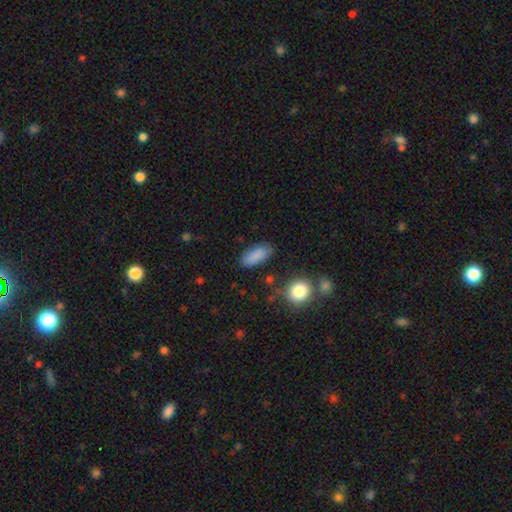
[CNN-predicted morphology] smooth_or_featured: smooth (p=0.86) [alt: star or artifact p=0.08]
how_rounded: in between (p=0.85) [alt: cigar-shaped p=0.12]
merging: none (p=0.80) [alt: minor disturbance p=0.14]